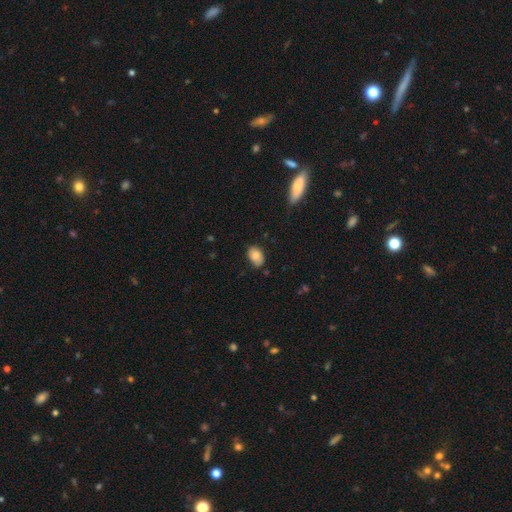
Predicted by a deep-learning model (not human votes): This appears to be a smooth galaxy with no disk features (80%) that is in between round and cigar-shaped (81%). Merging: none (69%).